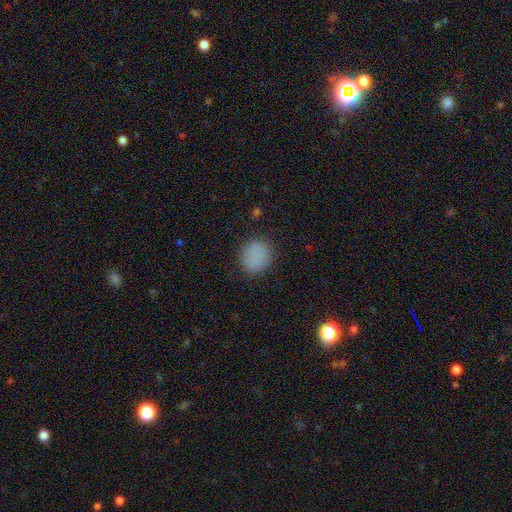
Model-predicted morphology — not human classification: Smooth or featured? smooth (85%)
How rounded? round (86%)
Merging? none (87%)